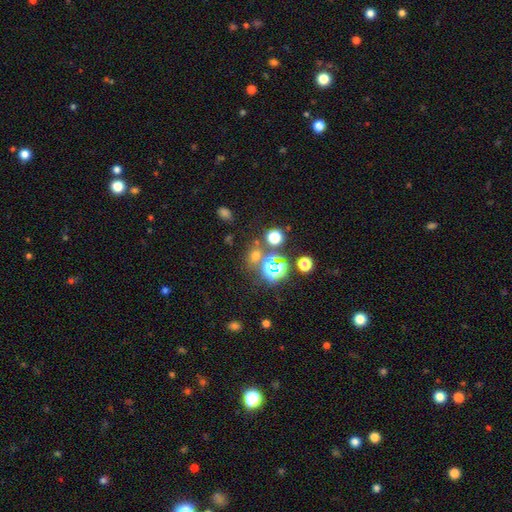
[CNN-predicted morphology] This is possibly a smooth galaxy (51%). How rounded: likely round (70%). Merging: likely none (69%).